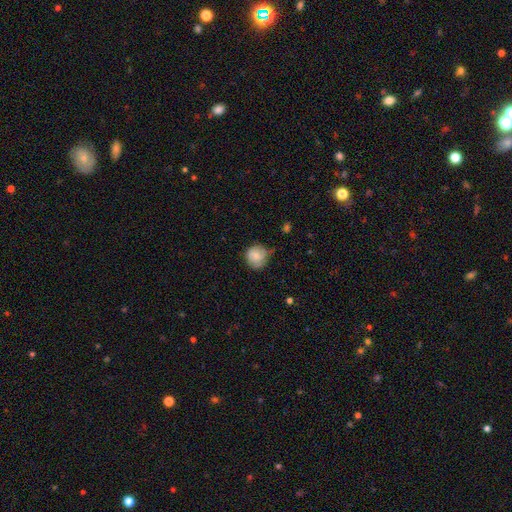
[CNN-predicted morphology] A smooth galaxy with no disk features (76%) that is round (88%).

Vote fractions:
- Smooth or featured? smooth: 76% / featured or disk: 17% / star or artifact: 8%
- How rounded? round: 88% / in between: 11% / cigar-shaped: 1%
- Merging? none: 59% / minor disturbance: 32% / major disturbance: 7% / merger: 2%